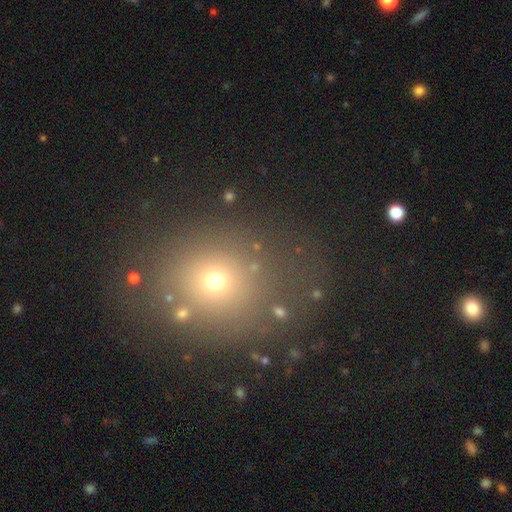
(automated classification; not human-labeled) Q: Smooth or featured?
A: smooth (60%); runner-up: star or artifact (29%)
Q: How rounded?
A: round (71%); runner-up: in between (28%)
Q: Merging?
A: none (81%); runner-up: minor disturbance (10%)